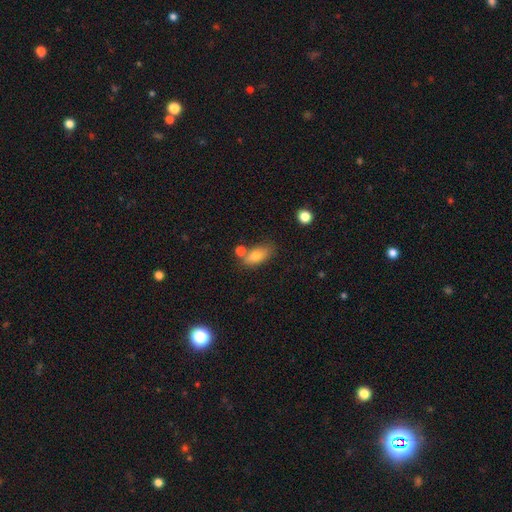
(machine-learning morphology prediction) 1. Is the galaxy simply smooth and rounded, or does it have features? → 76% smooth, 15% featured or disk, 9% star or artifact.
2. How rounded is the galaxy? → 83% in between, 11% cigar-shaped, 6% round.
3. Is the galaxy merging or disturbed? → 61% none, 17% merger, 17% minor disturbance, 5% major disturbance.